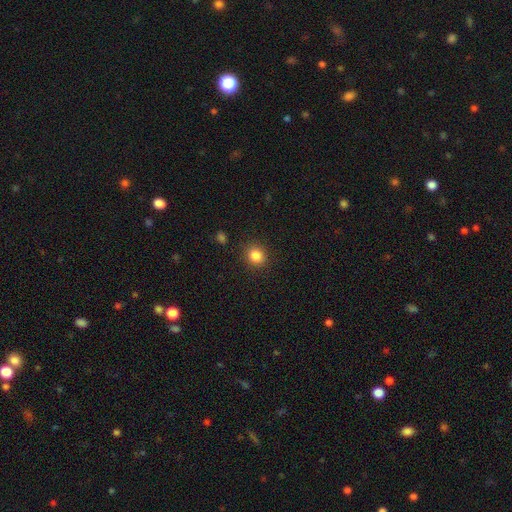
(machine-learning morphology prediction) This appears to be a smooth galaxy with no disk features (85%) that is round (77%). Merging: none (88%).